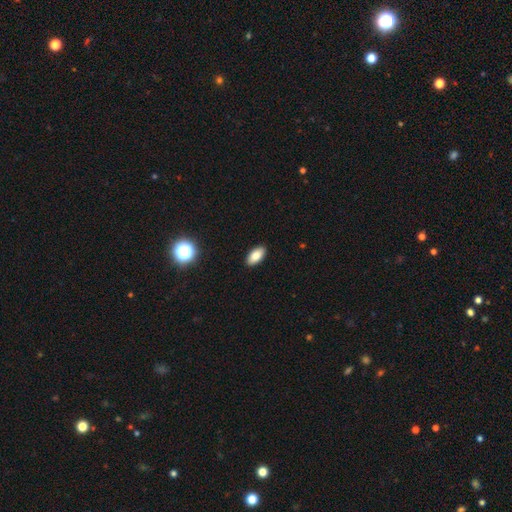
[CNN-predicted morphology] A smooth galaxy with no disk features (84%) that is in between round and cigar-shaped (93%). Merging: none (91%).